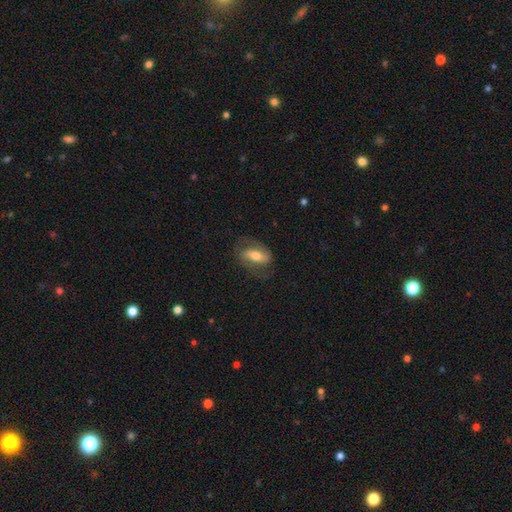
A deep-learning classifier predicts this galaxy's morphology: This appears to be a featured or disk galaxy (58%) with a strong bar (50%), spiral arms (76%) and a moderate central bulge (62%). Merging: none (70%).